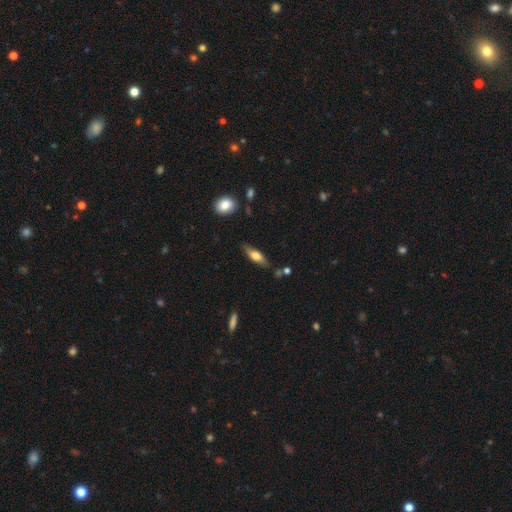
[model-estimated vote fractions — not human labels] This appears to be a smooth galaxy with no disk features (52%) that is cigar-shaped (53%). Merging: none (78%).